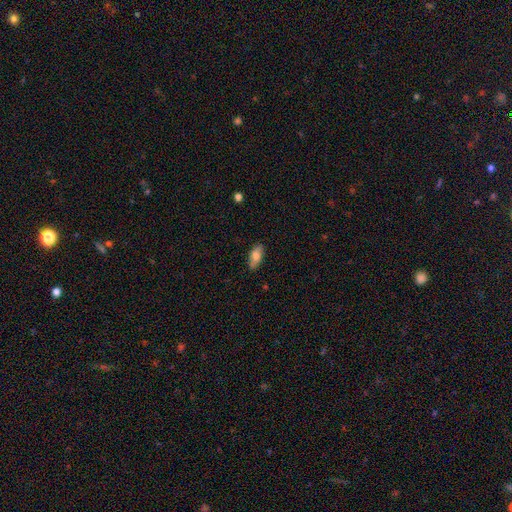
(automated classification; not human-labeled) Smooth or featured?
  - smooth: 73% *
  - featured or disk: 21%
  - star or artifact: 6%
How rounded?
  - in between: 85% *
  - cigar-shaped: 13%
  - round: 3%
Merging?
  - none: 85% *
  - minor disturbance: 11%
  - major disturbance: 2%
  - merger: 1%